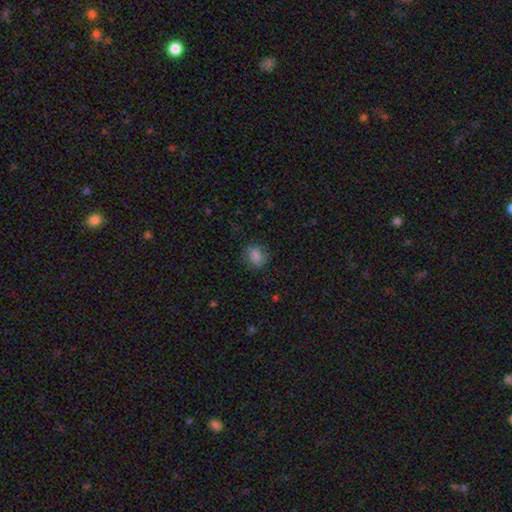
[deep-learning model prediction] Smooth or featured?
  - smooth: 81% *
  - star or artifact: 10%
  - featured or disk: 9%
How rounded?
  - round: 58% *
  - in between: 41%
  - cigar-shaped: 1%
Merging?
  - none: 80% *
  - minor disturbance: 14%
  - major disturbance: 5%
  - merger: 1%